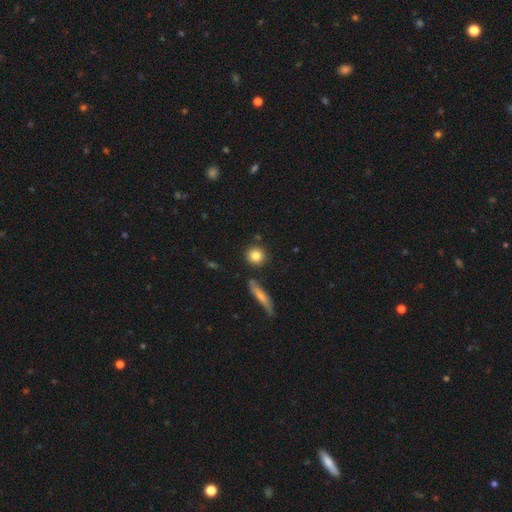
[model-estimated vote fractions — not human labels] A smooth galaxy with no disk features (82%) that is round (87%).

Vote fractions:
- Smooth or featured? smooth: 82% / featured or disk: 10% / star or artifact: 9%
- How rounded? round: 87% / in between: 10% / cigar-shaped: 3%
- Merging? none: 82% / minor disturbance: 8% / merger: 7% / major disturbance: 3%